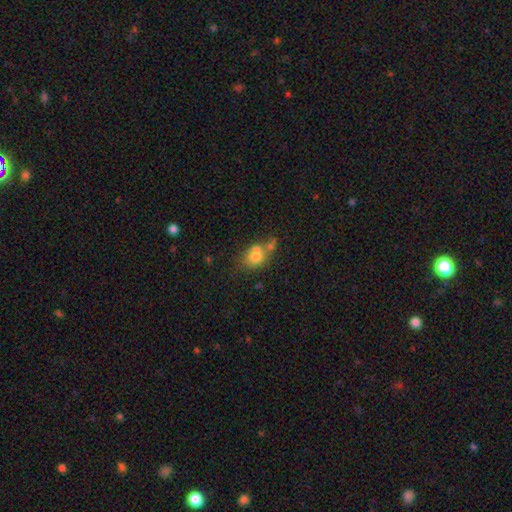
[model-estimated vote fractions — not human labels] A smooth galaxy with no disk features (71%) that is in between round and cigar-shaped (52%).

Vote fractions:
- Smooth or featured? smooth: 71% / featured or disk: 17% / star or artifact: 12%
- How rounded? in between: 52% / round: 46% / cigar-shaped: 1%
- Merging? none: 41% / merger: 33% / minor disturbance: 18% / major disturbance: 8%